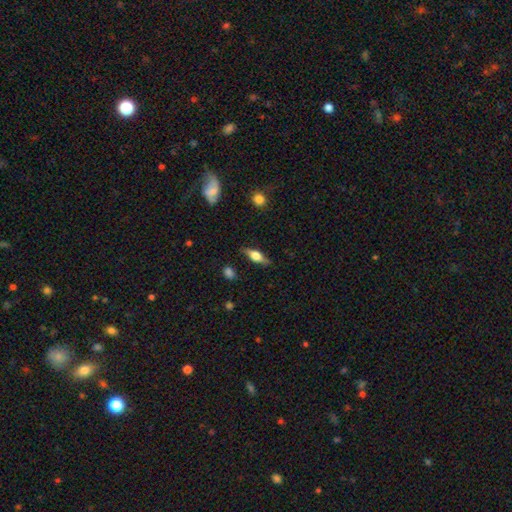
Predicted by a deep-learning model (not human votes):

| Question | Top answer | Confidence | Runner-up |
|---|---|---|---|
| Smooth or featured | smooth | 50% | featured or disk (43%) |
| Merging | none | 81% | minor disturbance (14%) |